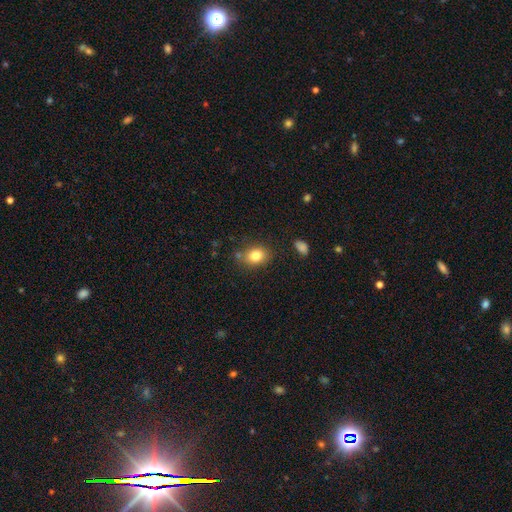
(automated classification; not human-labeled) Smooth or featured? smooth (81%)
How rounded? in between (57%)
Merging? none (78%)